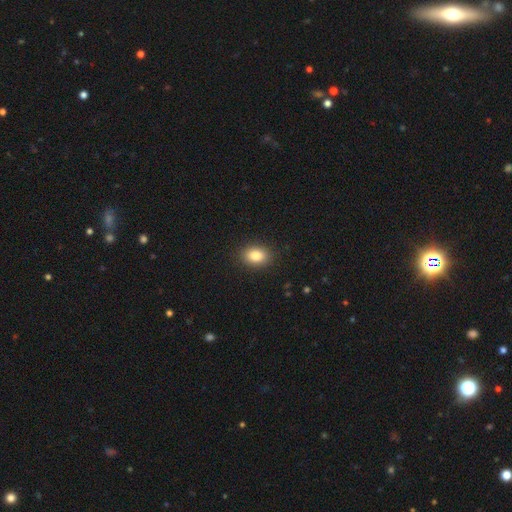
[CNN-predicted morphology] This is clearly a smooth galaxy (84%). How rounded: likely in between (71%). Merging: clearly none (90%).